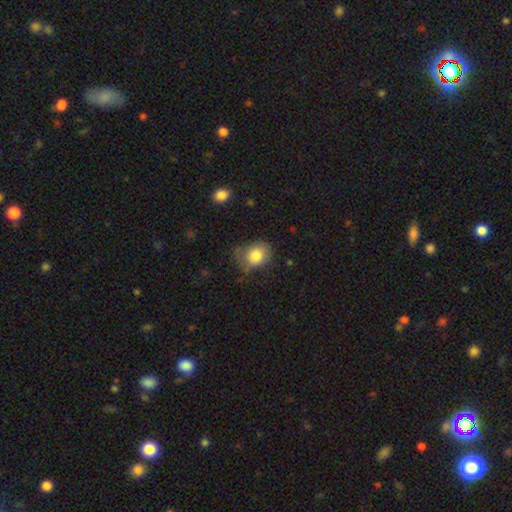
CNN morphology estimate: A smooth galaxy with no disk features (79%) that is in between round and cigar-shaped (51%). Merging: none (44%).